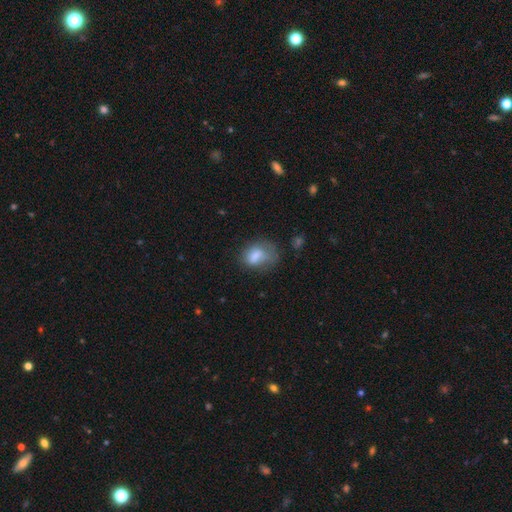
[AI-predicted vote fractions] Smooth or featured?
  - smooth: 72% *
  - featured or disk: 19%
  - star or artifact: 9%
How rounded?
  - in between: 72% *
  - round: 27%
  - cigar-shaped: 2%
Merging?
  - none: 36% *
  - minor disturbance: 31%
  - major disturbance: 27%
  - merger: 5%